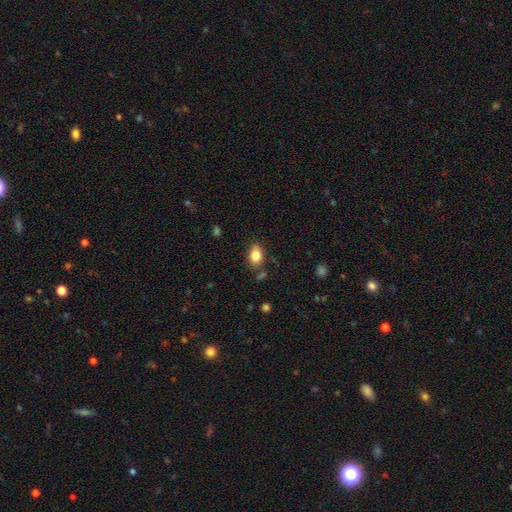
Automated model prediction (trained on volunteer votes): Smooth or featured?
  - smooth: 82% *
  - star or artifact: 9%
  - featured or disk: 8%
How rounded?
  - in between: 72% *
  - round: 27%
  - cigar-shaped: 1%
Merging?
  - none: 76% *
  - minor disturbance: 16%
  - merger: 4%
  - major disturbance: 4%